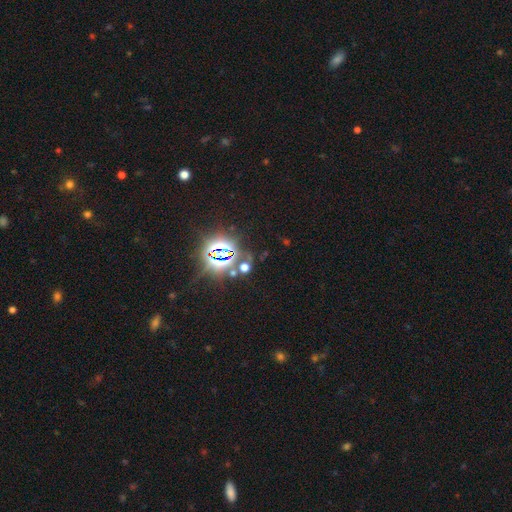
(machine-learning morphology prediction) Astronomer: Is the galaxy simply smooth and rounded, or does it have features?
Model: star or artifact — 82%.